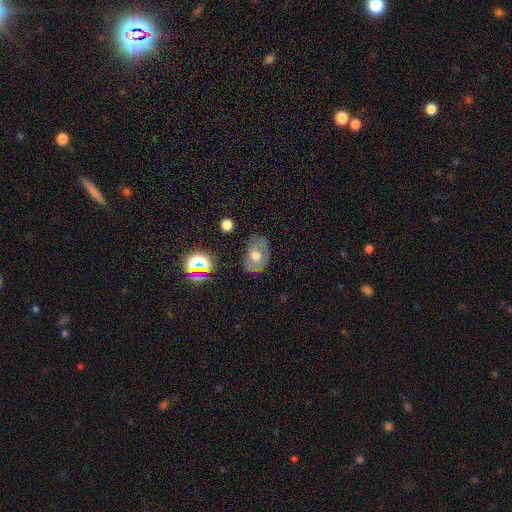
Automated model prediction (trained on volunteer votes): The model was most divided on "smooth or featured": featured or disk: 48%, smooth: 39%, star or artifact: 13%. More confident: merging — none (66%).